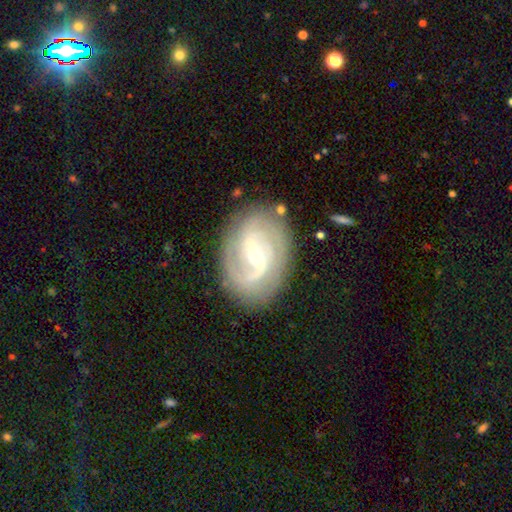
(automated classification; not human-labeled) Smooth or featured: featured or disk — 87% (smooth — 8%)
Edge-on disk: no — 96% (yes — 4%)
Bar: weak — 45% (tied with strong — 45%)
Spiral arms: yes — 95% (no — 5%)
Spiral winding: tight — 49% (medium — 38%)
Spiral arm count: 2 — 57% (can't tell — 17%)
Bulge size: moderate — 53% (small — 42%)
Merging: none — 80% (minor disturbance — 14%)